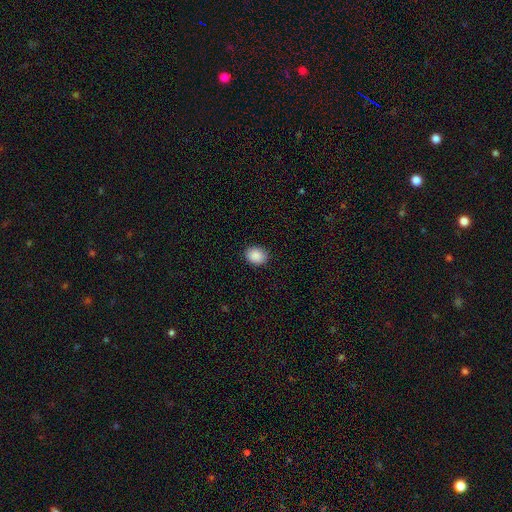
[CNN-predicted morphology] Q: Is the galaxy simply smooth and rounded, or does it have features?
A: smooth — 90%.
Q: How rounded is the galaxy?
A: in between — 53%.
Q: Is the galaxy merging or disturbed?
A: none — 89%.